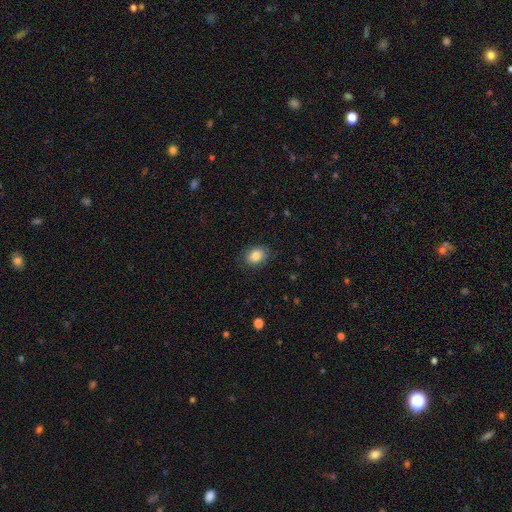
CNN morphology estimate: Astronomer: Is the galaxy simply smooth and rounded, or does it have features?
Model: smooth — 84%.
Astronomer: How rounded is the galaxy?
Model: in between — 60% (runner-up: round, 39%).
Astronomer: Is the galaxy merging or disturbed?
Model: none — 83%.